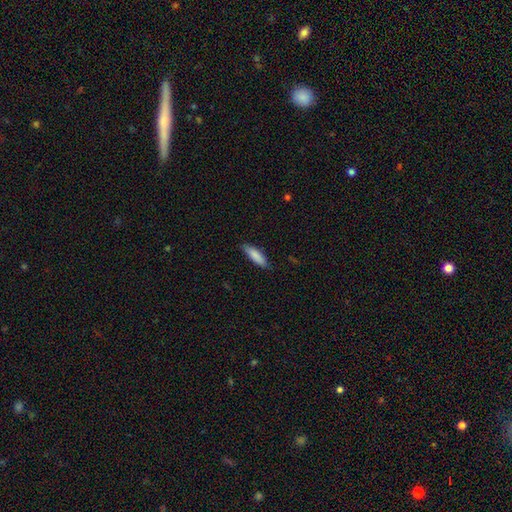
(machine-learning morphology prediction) type=smooth (86%); roundness=cigar-shaped (61%); merging=none (86%).